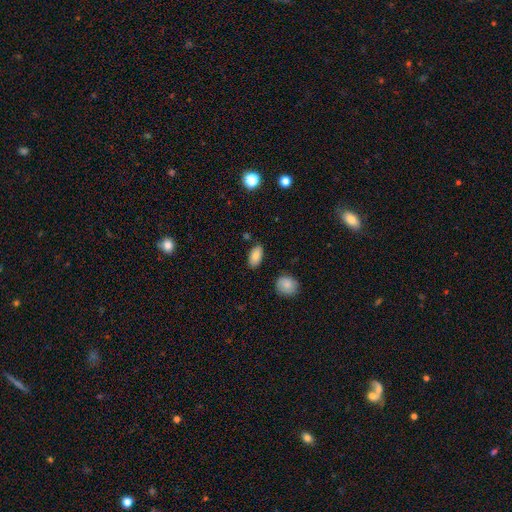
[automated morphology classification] smooth_or_featured: smooth (p=0.85) [alt: star or artifact p=0.08]
how_rounded: in between (p=0.92) [alt: round p=0.04]
merging: none (p=0.84) [alt: minor disturbance p=0.10]